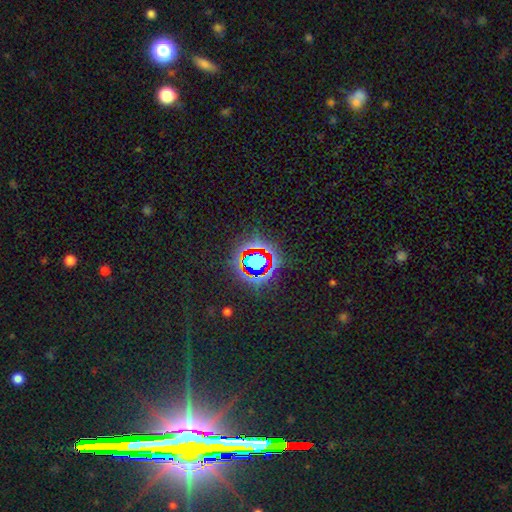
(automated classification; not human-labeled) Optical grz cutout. It shows a star or artifact, not a galaxy (72%).